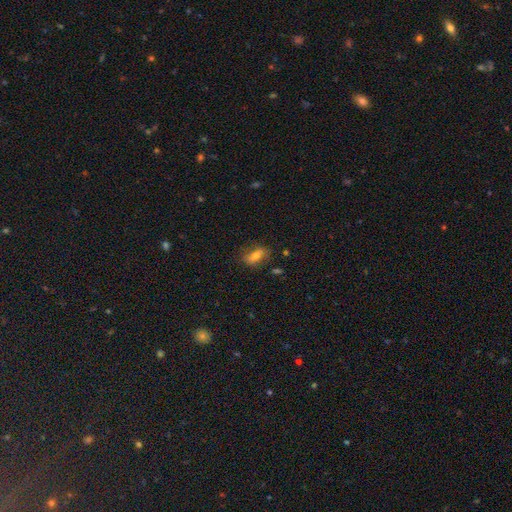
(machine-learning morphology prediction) smooth 66%, featured or disk 24%, star or artifact 10%. Down the decision tree: how rounded — in between (78%); merging — none (76%).